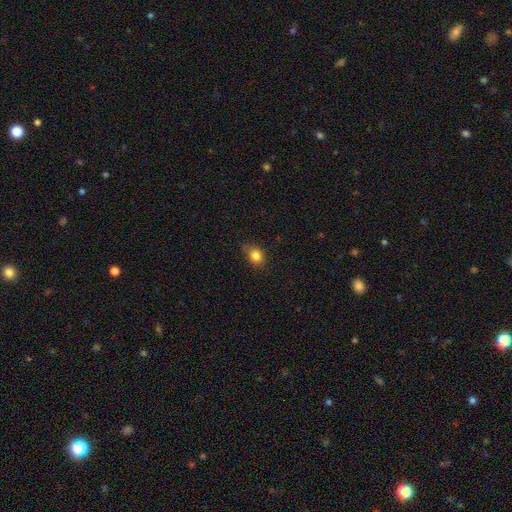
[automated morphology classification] Overall: smooth (83%). How rounded: round (50%; in between 49%). Merging: none (70%).